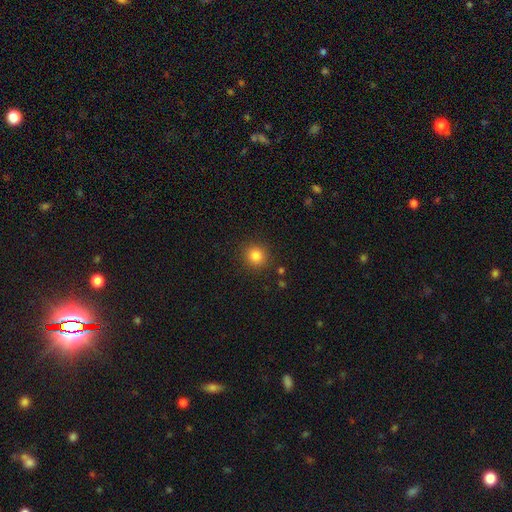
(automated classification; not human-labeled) Smooth or featured: smooth — 83% (star or artifact — 12%)
How rounded: round — 91% (in between — 8%)
Merging: none — 90% (minor disturbance — 6%)